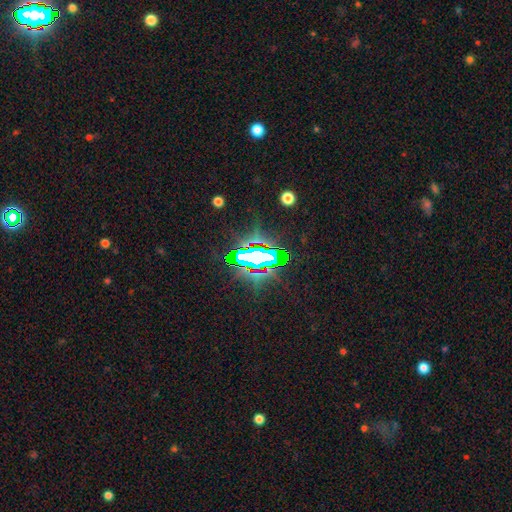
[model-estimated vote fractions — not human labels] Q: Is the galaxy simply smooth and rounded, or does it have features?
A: star or artifact — 66%.